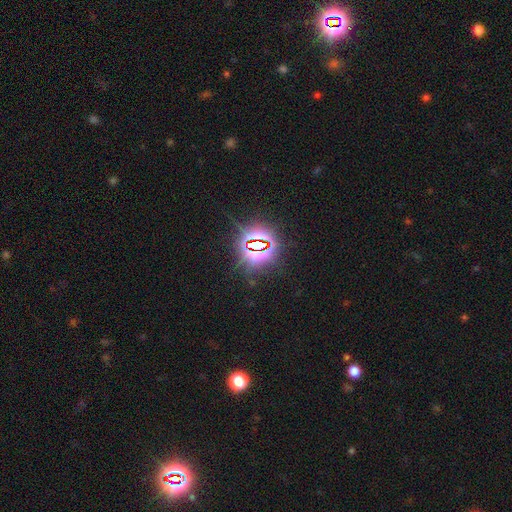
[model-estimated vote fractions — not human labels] Q: Smooth or featured?
A: star or artifact (82%); runner-up: smooth (11%)